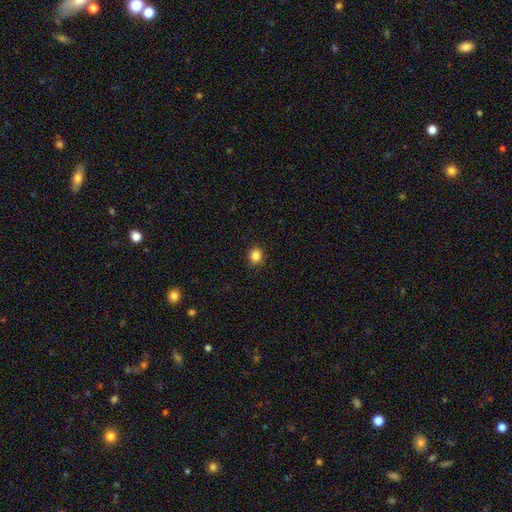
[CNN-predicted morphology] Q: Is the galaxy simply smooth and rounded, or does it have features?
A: smooth — 85%.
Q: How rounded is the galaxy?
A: round — 76%.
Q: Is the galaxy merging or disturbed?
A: none — 91%.